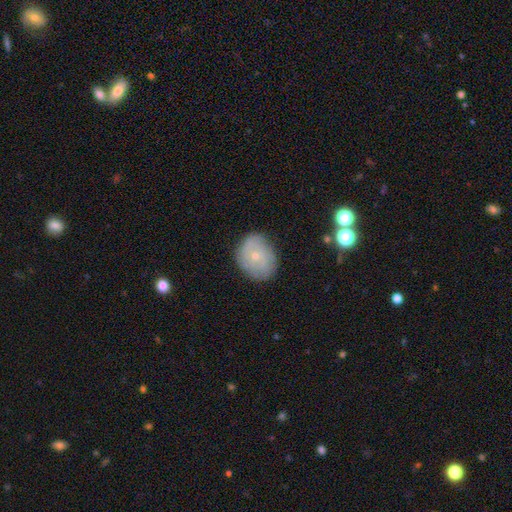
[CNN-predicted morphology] type=smooth (52%); roundness=round (56%); merging=none (77%).